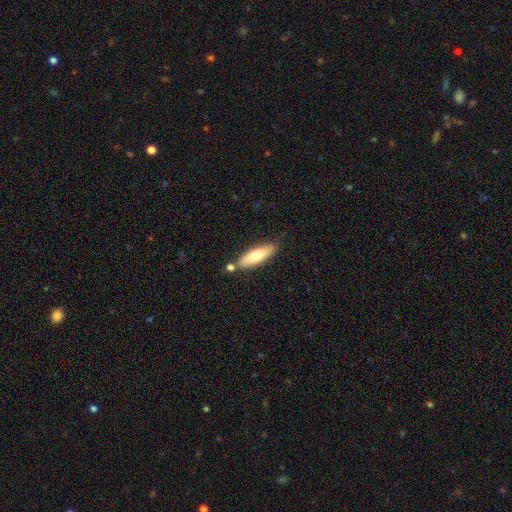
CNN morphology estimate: type=smooth (68%); roundness=cigar-shaped (53%); merging=none (75%).